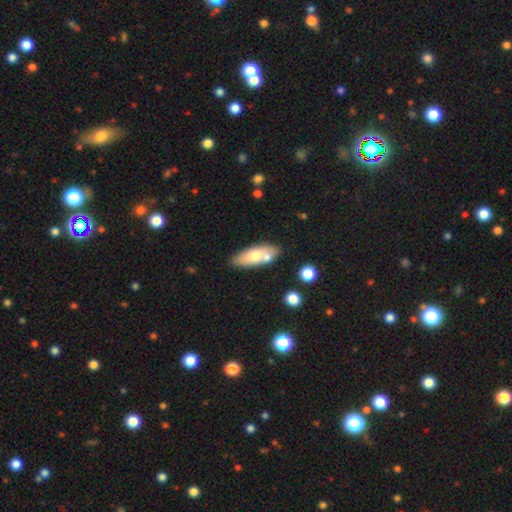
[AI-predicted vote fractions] smooth 66%, featured or disk 27%, star or artifact 7%. Down the decision tree: how rounded — in between (72%); merging — none (66%).